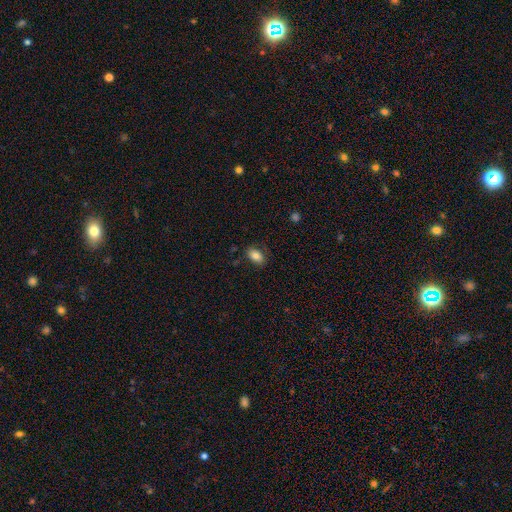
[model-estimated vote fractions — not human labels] Smooth or featured? smooth (82%)
How rounded? in between (90%)
Merging? none (81%)